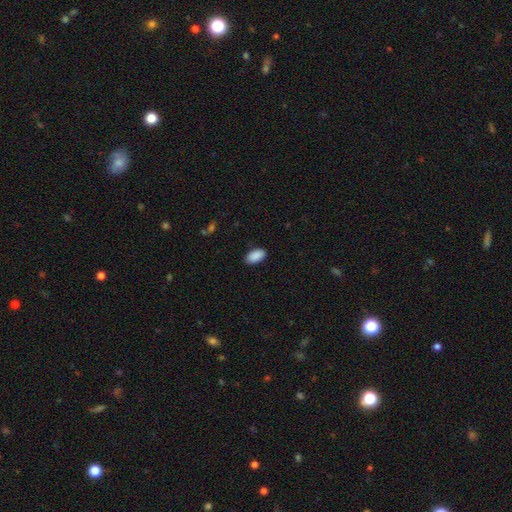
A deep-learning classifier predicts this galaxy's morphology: smooth-or-featured: smooth: 91% | star or artifact: 6% | featured or disk: 3%
  how-rounded: in between: 95% | round: 3% | cigar-shaped: 2%
  merging: none: 88% | minor disturbance: 9% | major disturbance: 2% | merger: 1%